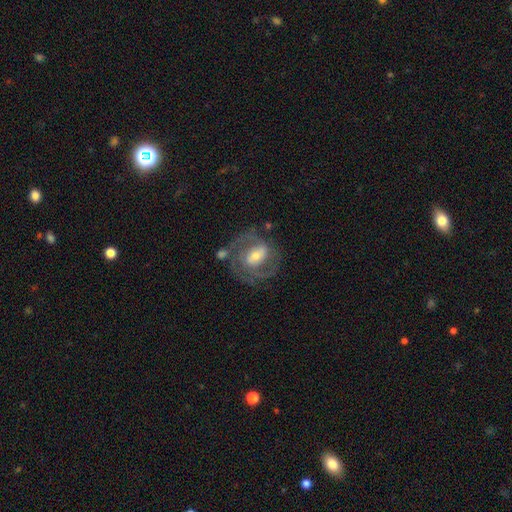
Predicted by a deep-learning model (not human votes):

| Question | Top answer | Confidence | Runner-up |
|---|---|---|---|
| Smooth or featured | featured or disk | 78% | smooth (16%) |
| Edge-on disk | no | 97% | yes (3%) |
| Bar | weak | 43% | no (33%) |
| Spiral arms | yes | 83% | no (17%) |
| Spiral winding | tight | 43% | tied: medium (43%) |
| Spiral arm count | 2 | 60% | can't tell (21%) |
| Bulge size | moderate | 51% | small (39%) |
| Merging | none | 60% | minor disturbance (18%) |